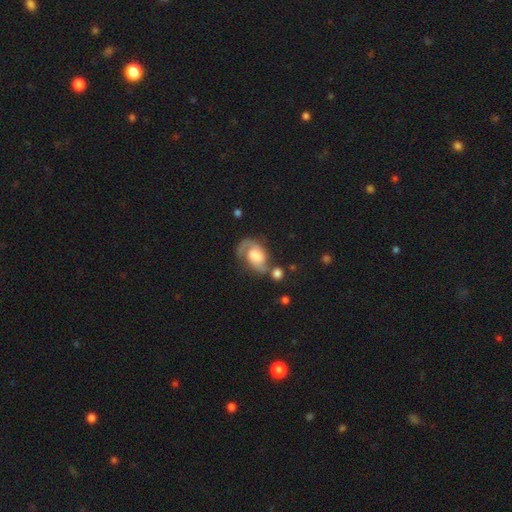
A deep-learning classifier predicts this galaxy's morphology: smooth-or-featured: featured or disk: 78% | smooth: 16% | star or artifact: 6%
  disk-edge-on: no: 97% | yes: 3%
    bar: no: 48% | weak: 41% | strong: 11%
    has-spiral-arms: yes: 93% | no: 7%
      spiral-winding: medium: 48% | tight: 28% | loose: 24%
      spiral-arm-count: 2: 68% | 1: 23% | can't tell: 5% | 3: 1% | 4: 1% | more than 4: 1%
    bulge-size: moderate: 38% | large: 33% | small: 17% | none: 9% | dominant: 4%
  merging: none: 44% | minor disturbance: 21% | merger: 18% | major disturbance: 17%